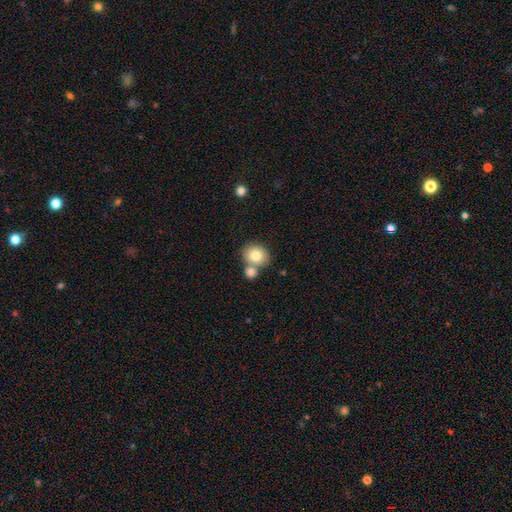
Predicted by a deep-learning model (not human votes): Smooth or featured: smooth — 81% (featured or disk — 11%)
How rounded: round — 73% (in between — 26%)
Merging: none — 52% (merger — 36%)